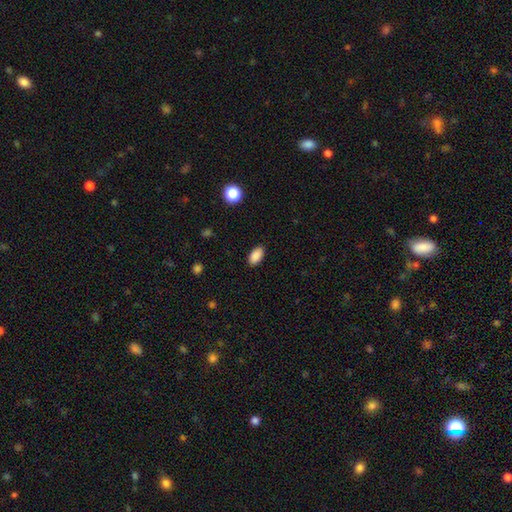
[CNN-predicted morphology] type=smooth (89%); roundness=in between (93%); merging=none (88%).